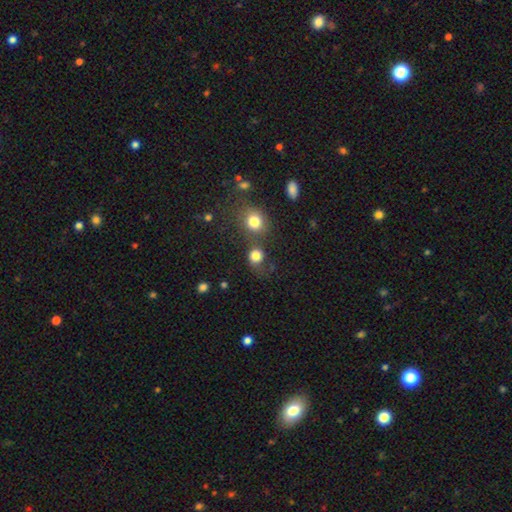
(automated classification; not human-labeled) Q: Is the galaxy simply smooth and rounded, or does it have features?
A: smooth — 81%.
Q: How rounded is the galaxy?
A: round — 80%.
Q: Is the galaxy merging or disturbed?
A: none — 53%.